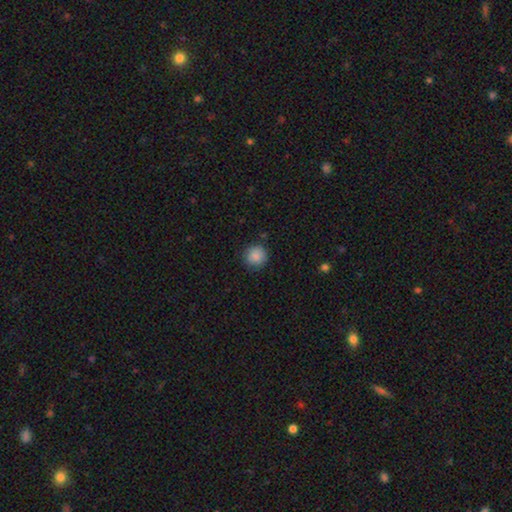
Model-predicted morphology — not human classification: Smooth or featured: smooth — 87% (star or artifact — 9%)
How rounded: round — 91% (in between — 8%)
Merging: none — 85% (minor disturbance — 11%)